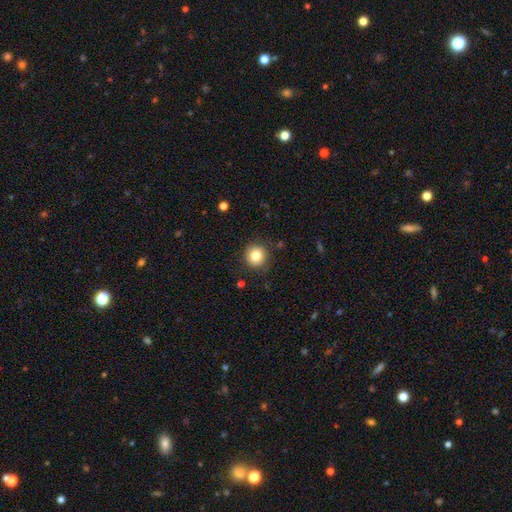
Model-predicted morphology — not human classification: smooth_or_featured: smooth (p=0.82) [alt: star or artifact p=0.11]
how_rounded: round (p=0.93) [alt: in between p=0.06]
merging: none (p=0.88) [alt: minor disturbance p=0.08]